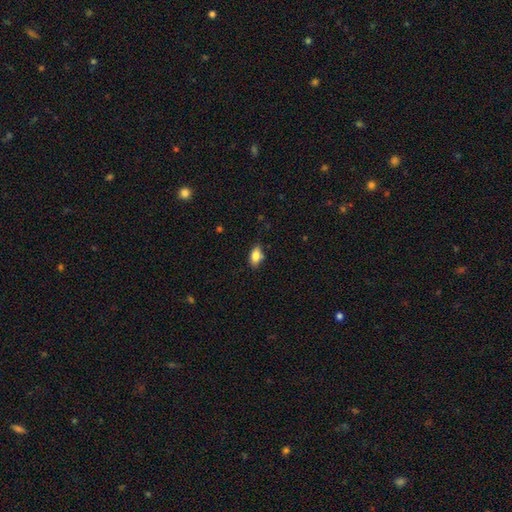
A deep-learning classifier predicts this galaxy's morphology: Q: Smooth or featured?
A: smooth (82%); runner-up: featured or disk (10%)
Q: How rounded?
A: in between (88%); runner-up: round (8%)
Q: Merging?
A: none (78%); runner-up: minor disturbance (17%)